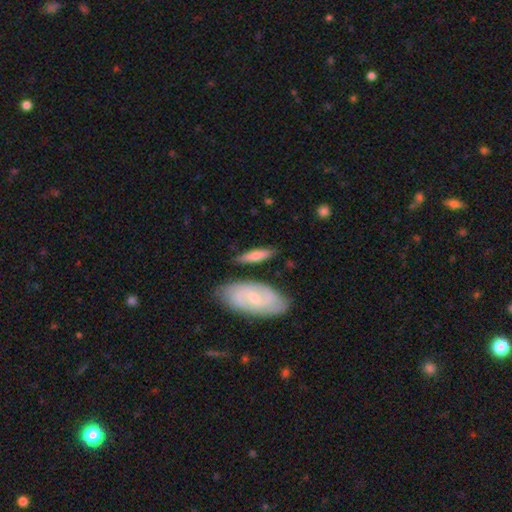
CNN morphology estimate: Smooth or featured: smooth — 56% (featured or disk — 39%)
How rounded: cigar-shaped — 59% (in between — 38%)
Merging: none — 74% (minor disturbance — 14%)